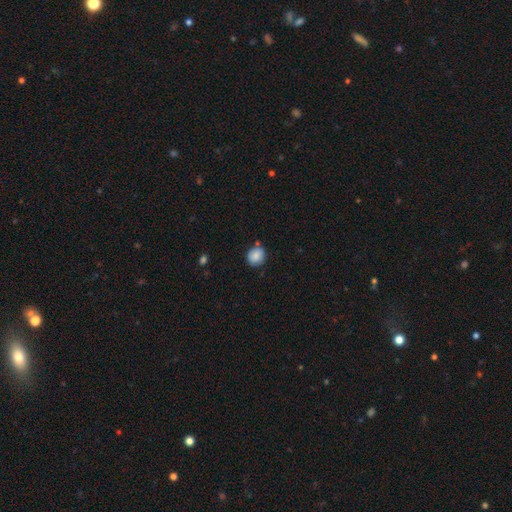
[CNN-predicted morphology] smooth 82%, featured or disk 10%, star or artifact 8%. Down the decision tree: how rounded — round (79%); merging — none (74%).